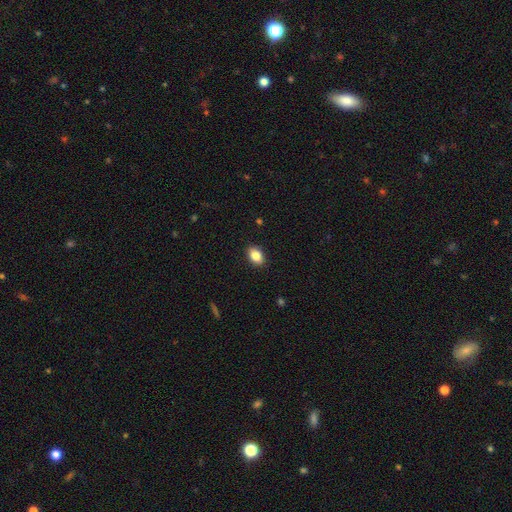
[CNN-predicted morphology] Q: Smooth or featured?
A: smooth (85%); runner-up: star or artifact (8%)
Q: How rounded?
A: in between (82%); runner-up: round (17%)
Q: Merging?
A: none (90%); runner-up: minor disturbance (8%)